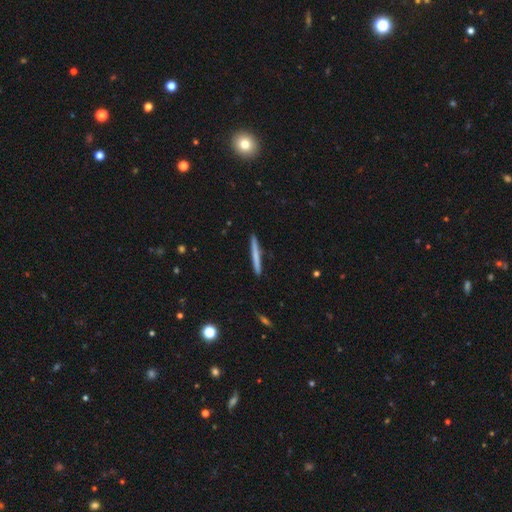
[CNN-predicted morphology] Q: Smooth or featured?
A: featured or disk (43%); runner-up: smooth (38%)
Q: Merging?
A: none (85%); runner-up: minor disturbance (9%)